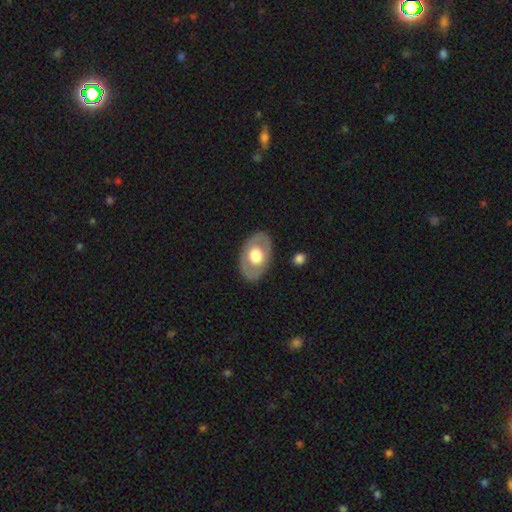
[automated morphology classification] This is possibly a smooth galaxy (48%). Merging: clearly none (84%).